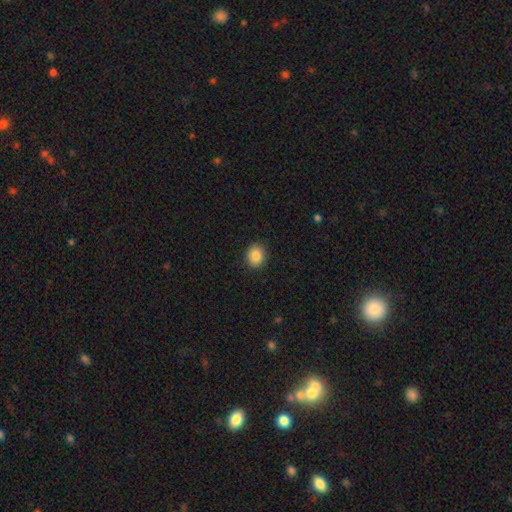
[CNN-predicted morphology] The model was most divided on "how rounded": round: 65%, in between: 34%, cigar-shaped: 1%. More confident: merging — none (90%); smooth or featured — smooth (86%).